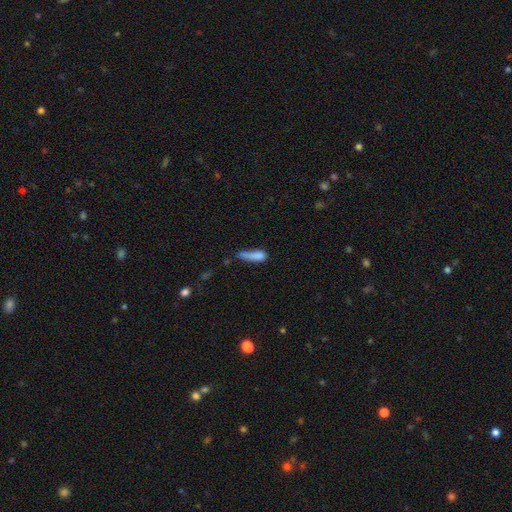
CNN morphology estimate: smooth 76%, featured or disk 15%, star or artifact 9%. Down the decision tree: how rounded — cigar-shaped (64%); merging — none (35%).